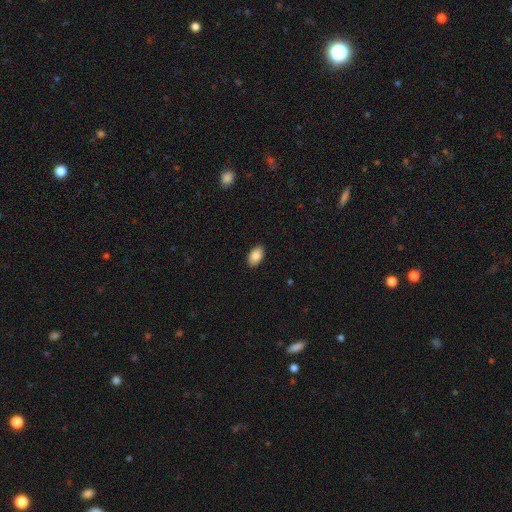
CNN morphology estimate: Q: Smooth or featured?
A: smooth (89%); runner-up: star or artifact (7%)
Q: How rounded?
A: in between (92%); runner-up: round (6%)
Q: Merging?
A: none (89%); runner-up: minor disturbance (8%)